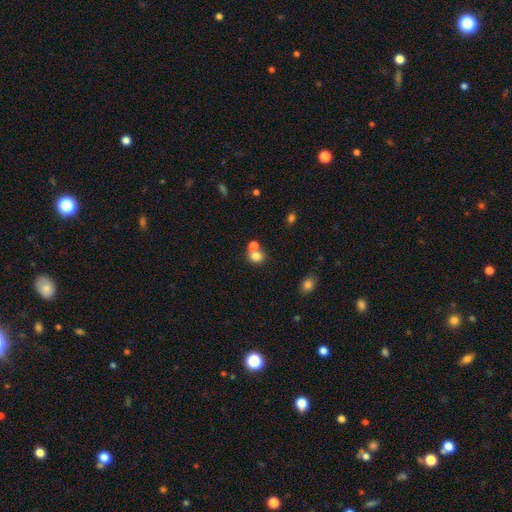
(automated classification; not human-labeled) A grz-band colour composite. It shows a smooth galaxy with no disk features (79%) that is round (60%). Merging: merger (50%).